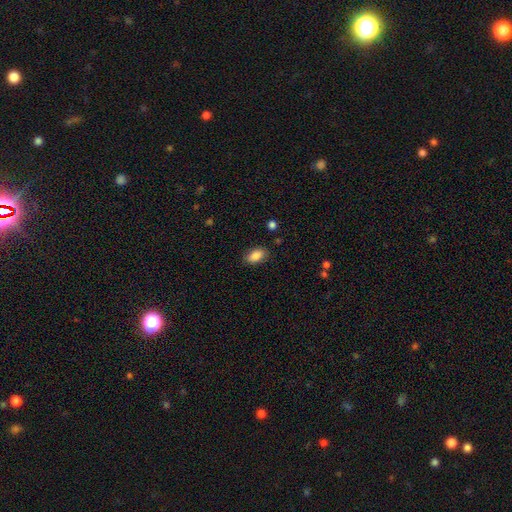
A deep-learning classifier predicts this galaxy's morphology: This appears to be a smooth galaxy with no disk features (87%) that is in between round and cigar-shaped (92%). Merging: none (84%).